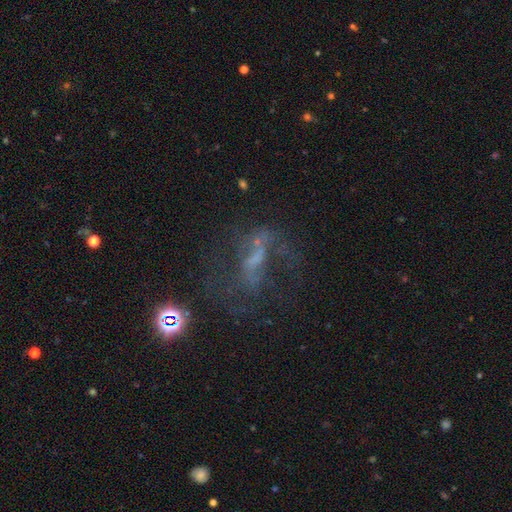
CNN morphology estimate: A featured or disk galaxy (54%). Merging: none (43%).